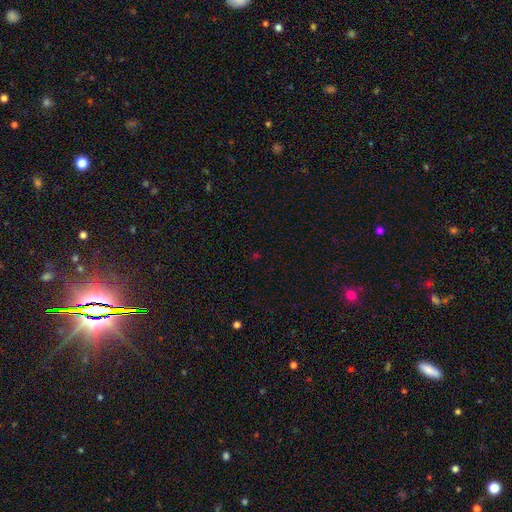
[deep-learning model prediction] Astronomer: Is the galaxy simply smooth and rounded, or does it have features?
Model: star or artifact — 61%.